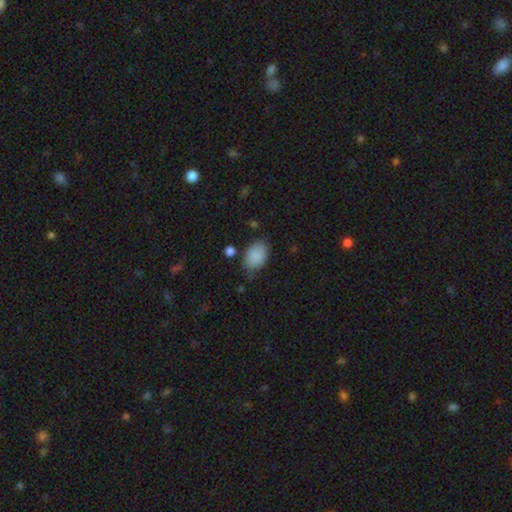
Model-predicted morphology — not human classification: The model was most divided on "merging": none: 69%, minor disturbance: 22%, major disturbance: 5%, merger: 3%. More confident: smooth or featured — smooth (88%); how rounded — in between (84%).